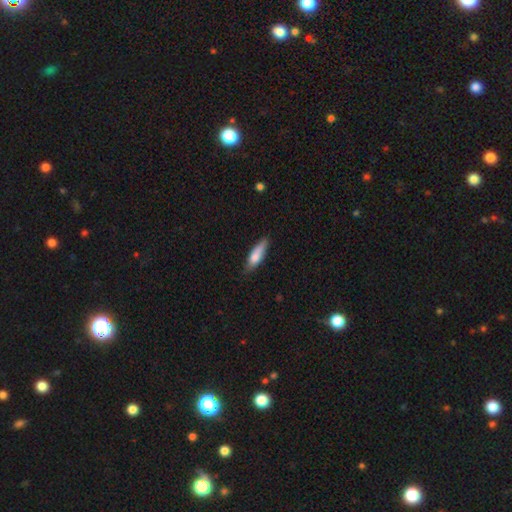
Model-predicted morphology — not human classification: Smooth or featured? smooth (78%)
How rounded? cigar-shaped (54%)
Merging? none (70%)